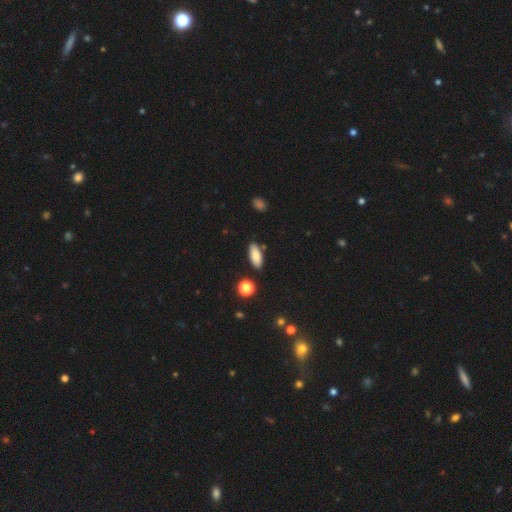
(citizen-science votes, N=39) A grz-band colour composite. It shows a smooth galaxy with no disk features (85%) that is in between round and cigar-shaped (67%). Merging: none (84%).